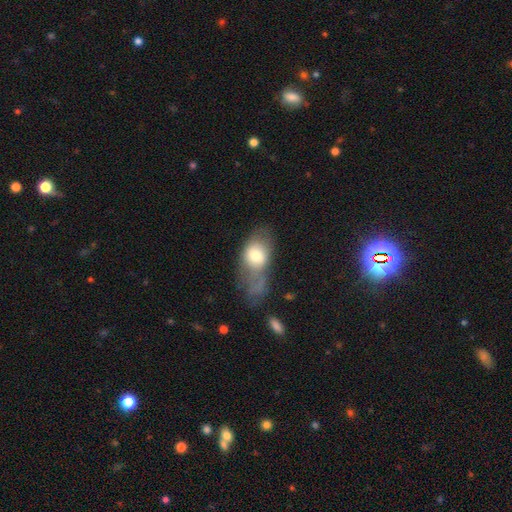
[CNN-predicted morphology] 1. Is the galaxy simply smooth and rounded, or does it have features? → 68% smooth, 24% featured or disk, 8% star or artifact.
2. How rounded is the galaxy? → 76% in between, 21% round, 3% cigar-shaped.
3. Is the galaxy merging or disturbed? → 33% major disturbance, 29% none, 24% minor disturbance, 14% merger.